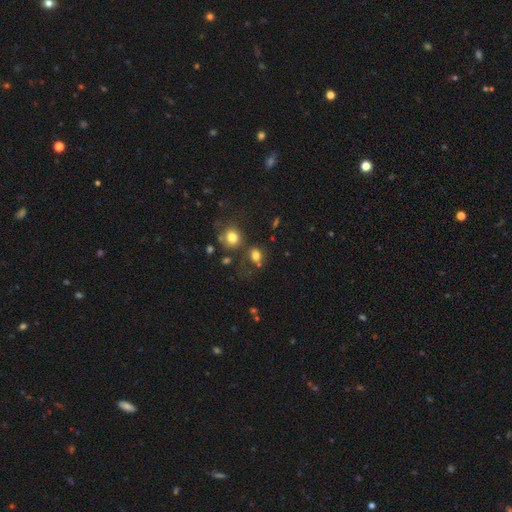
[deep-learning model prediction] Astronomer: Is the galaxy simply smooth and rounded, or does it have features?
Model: smooth — 77%.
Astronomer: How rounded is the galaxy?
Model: round — 60% (runner-up: in between, 39%).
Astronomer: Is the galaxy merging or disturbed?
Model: none — 56%.